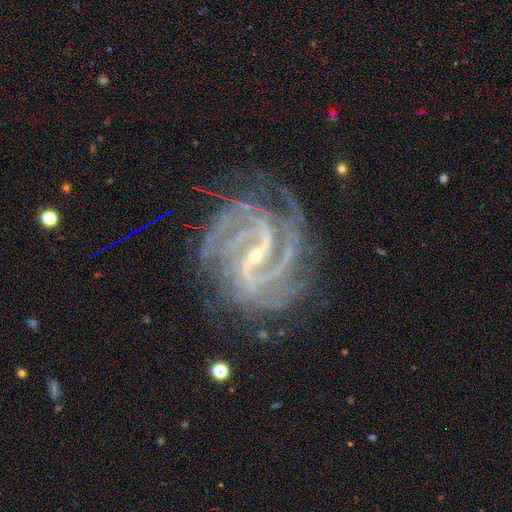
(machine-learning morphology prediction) Smooth or featured: featured or disk — 92% (star or artifact — 6%)
Edge-on disk: no — 98% (yes — 2%)
Bar: strong — 56% (weak — 32%)
Spiral arms: yes — 99% (no — 1%)
Spiral winding: tight — 55% (medium — 38%)
Spiral arm count: 2 — 29% (3 — 20%)
Bulge size: small — 82% (moderate — 14%)
Merging: none — 76% (minor disturbance — 15%)